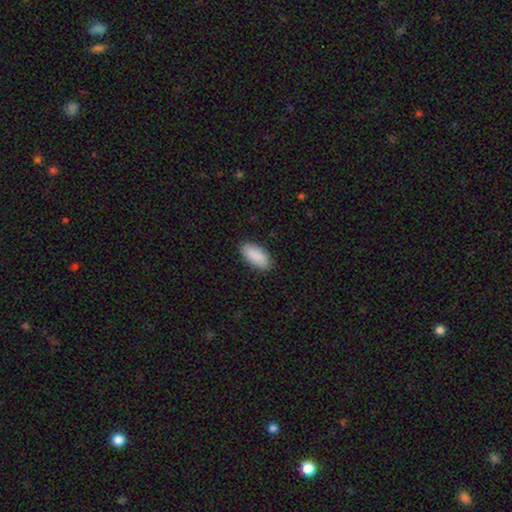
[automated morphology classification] smooth_or_featured: smooth (p=0.90) [alt: star or artifact p=0.06]
how_rounded: in between (p=0.92) [alt: cigar-shaped p=0.06]
merging: none (p=0.87) [alt: minor disturbance p=0.10]